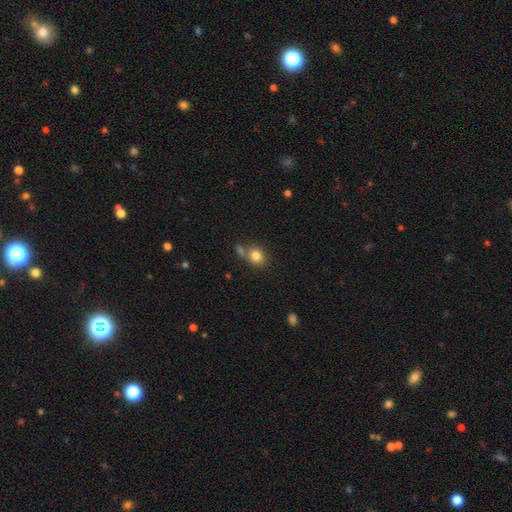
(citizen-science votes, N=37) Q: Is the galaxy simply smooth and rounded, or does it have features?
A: smooth — 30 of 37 (81%).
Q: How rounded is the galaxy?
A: round — 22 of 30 (73%).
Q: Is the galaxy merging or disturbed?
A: none — 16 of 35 (46%).